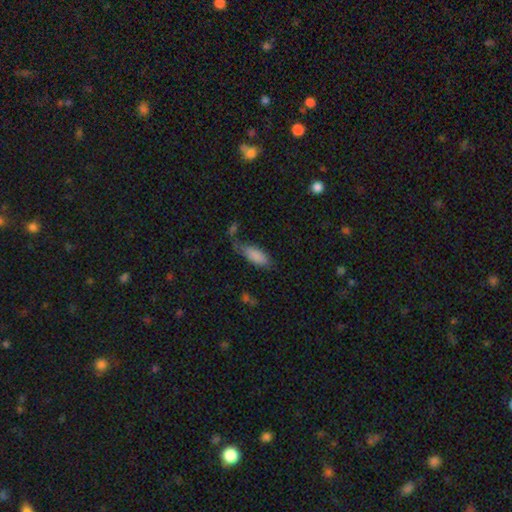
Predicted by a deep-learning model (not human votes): smooth-or-featured: smooth: 84% | featured or disk: 9% | star or artifact: 7%
  how-rounded: in between: 81% | cigar-shaped: 17% | round: 2%
  merging: none: 48% | minor disturbance: 30% | major disturbance: 14% | merger: 8%